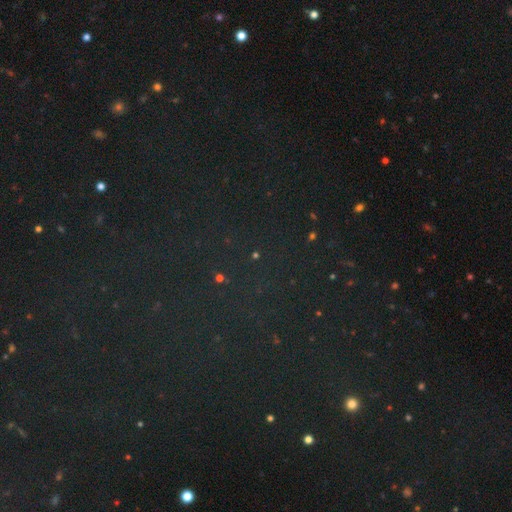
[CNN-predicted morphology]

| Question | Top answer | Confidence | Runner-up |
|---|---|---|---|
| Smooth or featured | star or artifact | 74% | smooth (18%) |